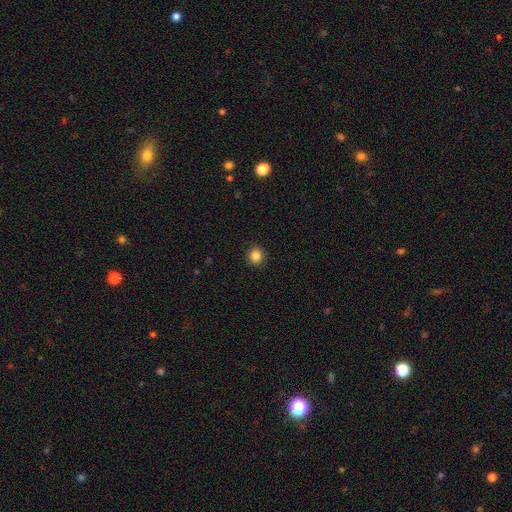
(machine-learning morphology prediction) smooth 85%, star or artifact 11%, featured or disk 4%. Down the decision tree: how rounded — round (92%); merging — none (92%).